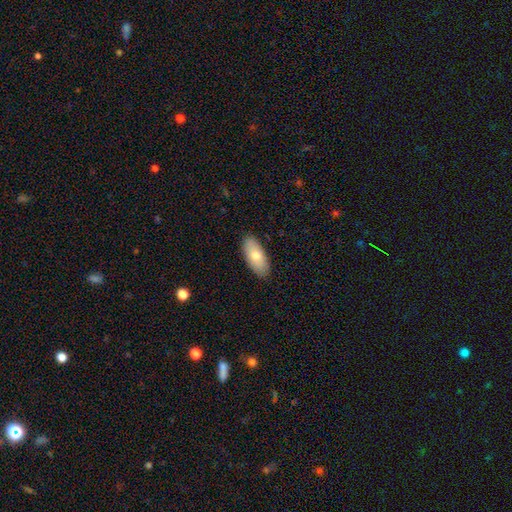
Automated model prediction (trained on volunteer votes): This appears to be a smooth galaxy with no disk features (76%) that is in between round and cigar-shaped (87%). Merging: none (88%).